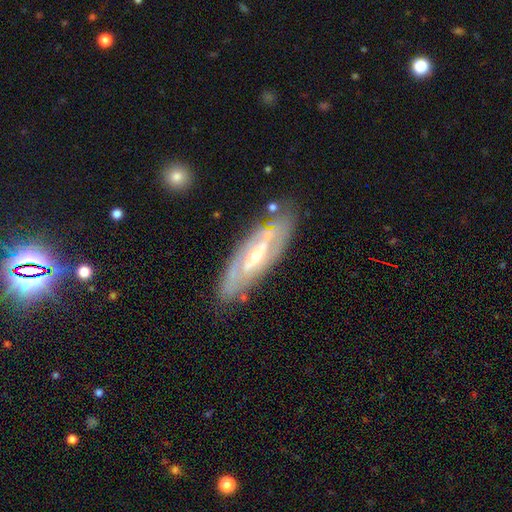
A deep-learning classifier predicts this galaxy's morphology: A featured or disk galaxy (81%) with a strong bar (36%), spiral arms (68%) and a moderate central bulge (56%). Merging: none (79%).